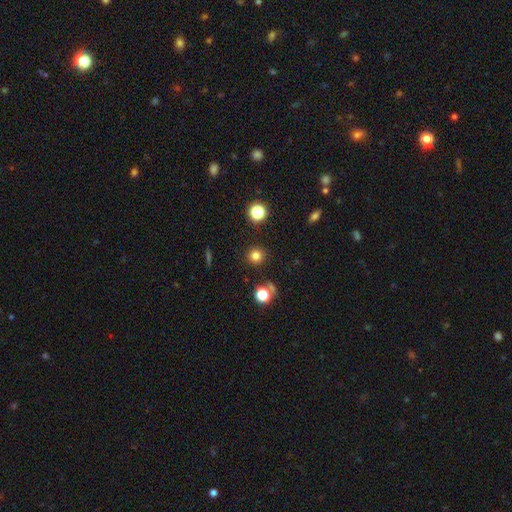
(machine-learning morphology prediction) smooth-or-featured: smooth: 78% | star or artifact: 16% | featured or disk: 6%
  how-rounded: round: 93% | in between: 6% | cigar-shaped: 1%
  merging: none: 89% | minor disturbance: 6% | merger: 3% | major disturbance: 2%